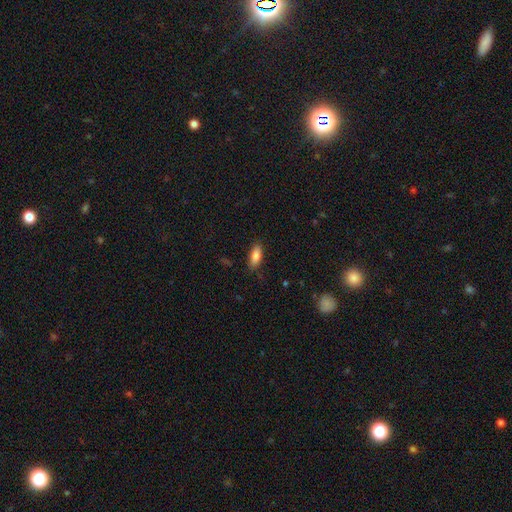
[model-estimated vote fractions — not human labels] smooth_or_featured: smooth (p=0.85) [alt: featured or disk p=0.08]
how_rounded: in between (p=0.77) [alt: cigar-shaped p=0.21]
merging: none (p=0.85) [alt: minor disturbance p=0.11]